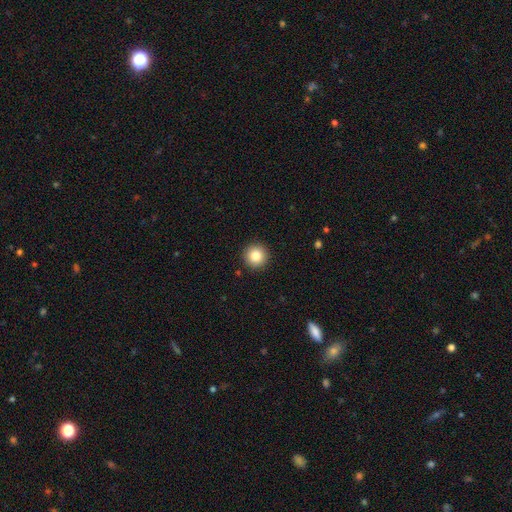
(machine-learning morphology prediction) Q: Smooth or featured?
A: smooth (85%); runner-up: star or artifact (10%)
Q: How rounded?
A: round (96%); runner-up: in between (3%)
Q: Merging?
A: none (93%); runner-up: minor disturbance (5%)